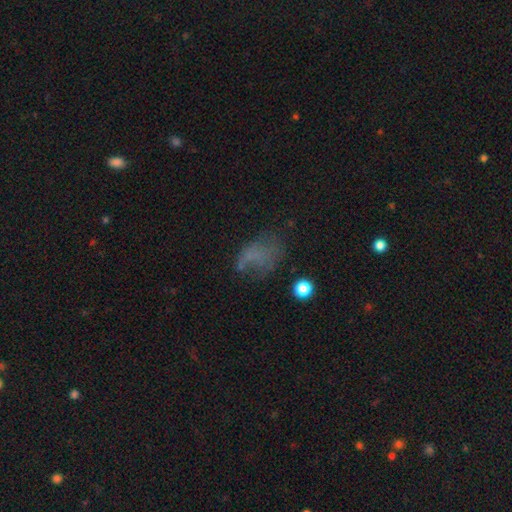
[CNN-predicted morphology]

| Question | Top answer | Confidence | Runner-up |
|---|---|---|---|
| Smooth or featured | smooth | 51% | featured or disk (27%) |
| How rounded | in between | 78% | round (19%) |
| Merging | none | 38% | major disturbance (32%) |